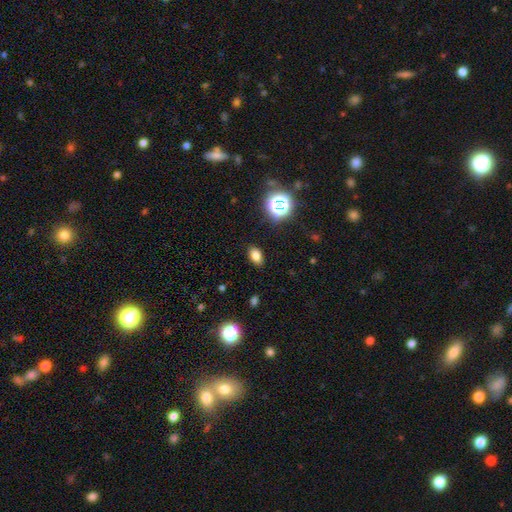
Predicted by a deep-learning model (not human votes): smooth_or_featured: smooth (p=0.78) [alt: star or artifact p=0.15]
how_rounded: in between (p=0.85) [alt: round p=0.13]
merging: none (p=0.88) [alt: minor disturbance p=0.08]